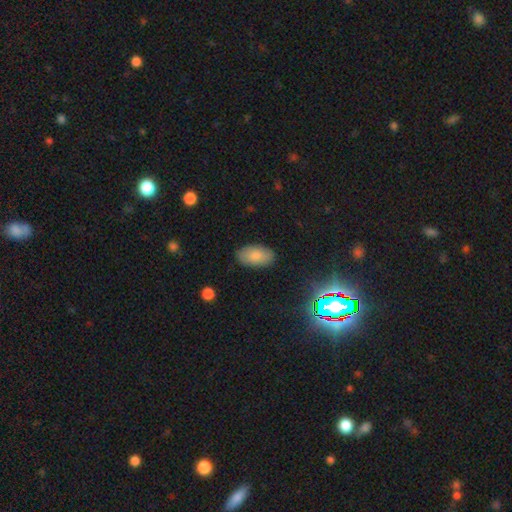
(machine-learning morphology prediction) smooth_or_featured: smooth (p=0.81) [alt: featured or disk p=0.11]
how_rounded: in between (p=0.94) [alt: round p=0.04]
merging: none (p=0.86) [alt: minor disturbance p=0.10]